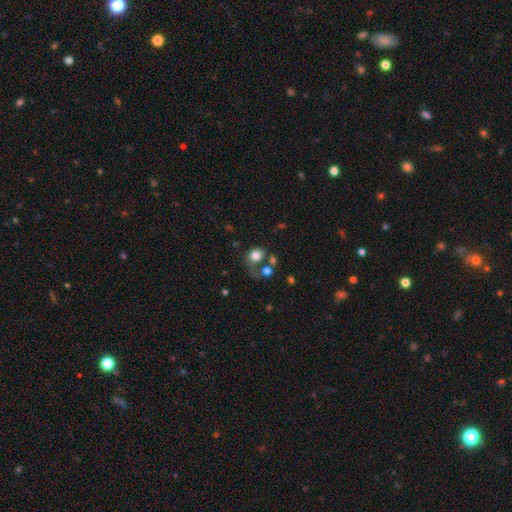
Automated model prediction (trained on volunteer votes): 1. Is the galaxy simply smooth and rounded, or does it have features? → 76% smooth, 14% featured or disk, 11% star or artifact.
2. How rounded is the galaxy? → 66% round, 33% in between, 1% cigar-shaped.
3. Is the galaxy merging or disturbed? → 36% none, 26% major disturbance, 21% merger, 17% minor disturbance.